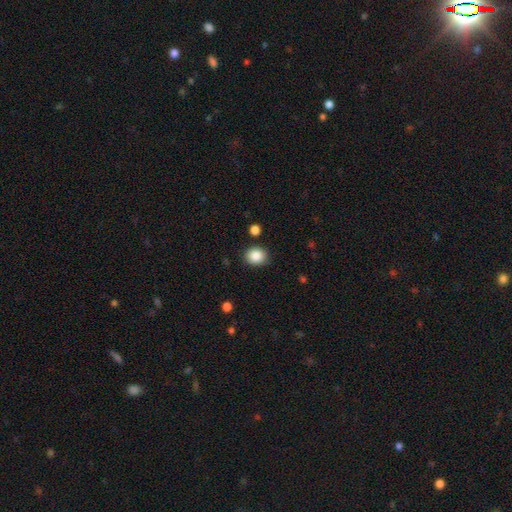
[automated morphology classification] smooth 87%, star or artifact 9%, featured or disk 4%. Down the decision tree: how rounded — round (72%); merging — none (86%).